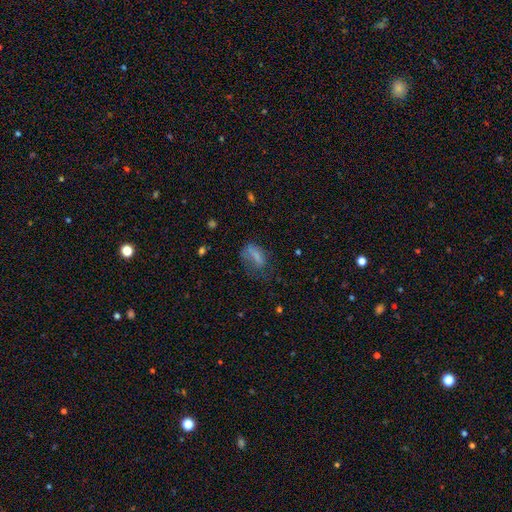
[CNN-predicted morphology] This is likely a smooth galaxy (66%). How rounded: likely in between (71%). Merging: marginally none (36%).